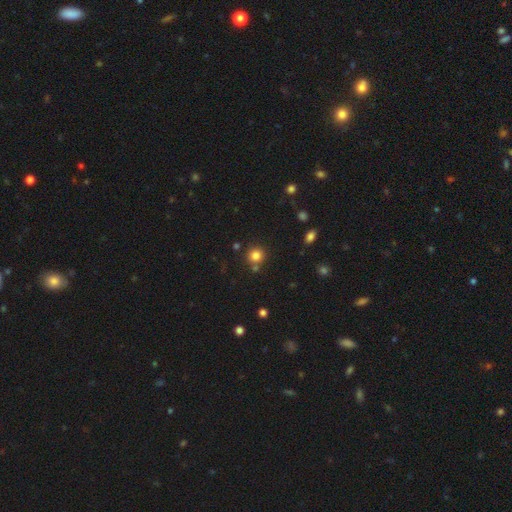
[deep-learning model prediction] Smooth or featured? smooth (81%)
How rounded? round (92%)
Merging? none (77%)